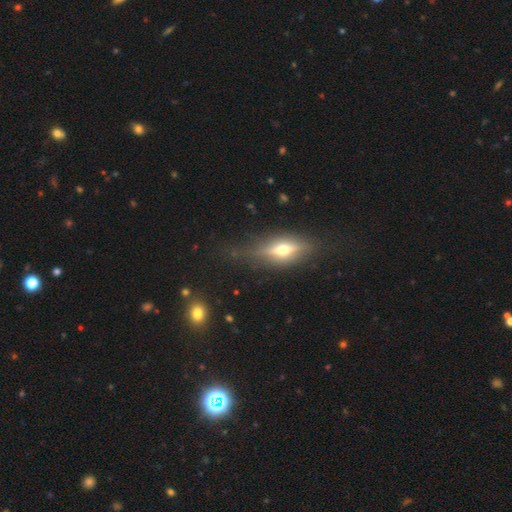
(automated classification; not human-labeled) Smooth or featured? featured or disk (45%)
Merging? none (68%)